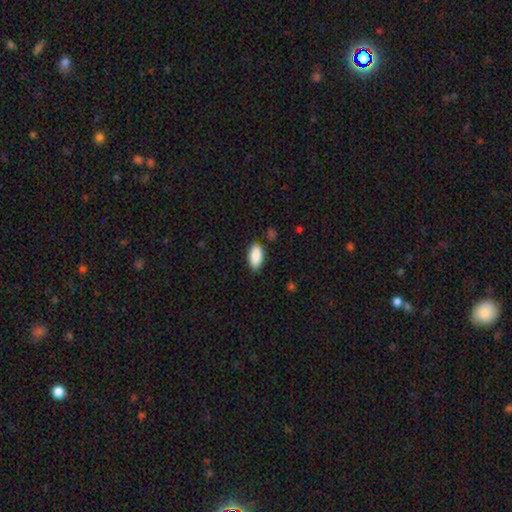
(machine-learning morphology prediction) Smooth or featured?
  - smooth: 89% *
  - star or artifact: 7%
  - featured or disk: 4%
How rounded?
  - in between: 93% *
  - cigar-shaped: 4%
  - round: 3%
Merging?
  - none: 83% *
  - minor disturbance: 13%
  - major disturbance: 3%
  - merger: 2%